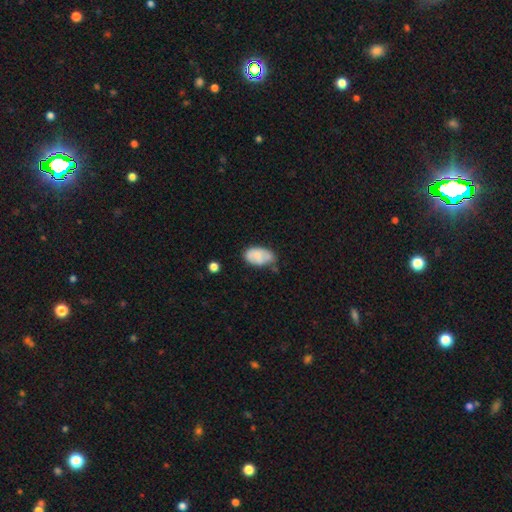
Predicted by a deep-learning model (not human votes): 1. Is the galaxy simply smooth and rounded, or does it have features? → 75% smooth, 18% featured or disk, 7% star or artifact.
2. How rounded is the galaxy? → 92% in between, 6% round, 2% cigar-shaped.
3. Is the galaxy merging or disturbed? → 46% none, 36% minor disturbance, 10% merger, 9% major disturbance.